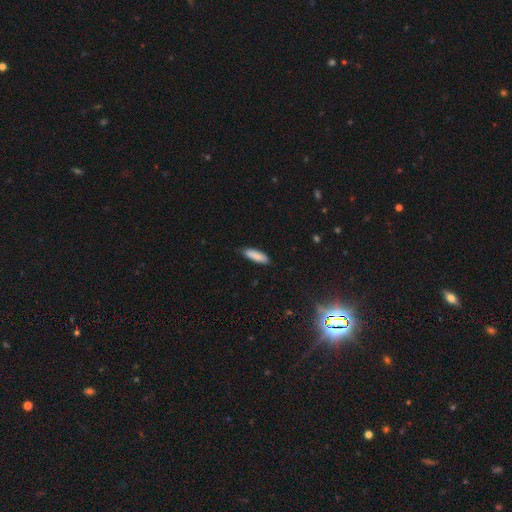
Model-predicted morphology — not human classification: Q: Smooth or featured?
A: smooth (87%); runner-up: featured or disk (7%)
Q: How rounded?
A: cigar-shaped (57%); runner-up: in between (41%)
Q: Merging?
A: none (81%); runner-up: minor disturbance (16%)